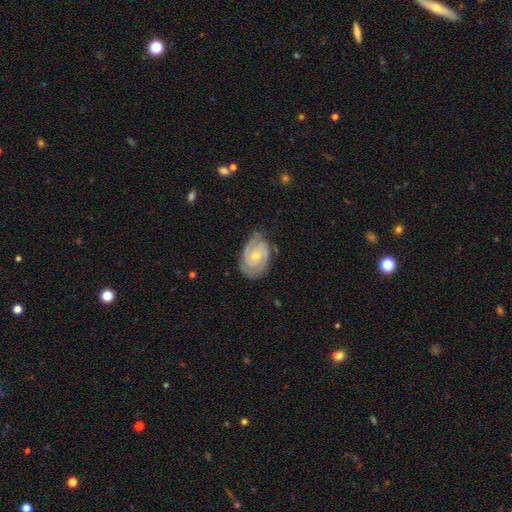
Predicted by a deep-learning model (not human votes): A featured or disk galaxy (86%) with no bar (61%), 2 (62%) tight (71%) spiral arms (97%) and a small central bulge (56%). Merging: none (73%).